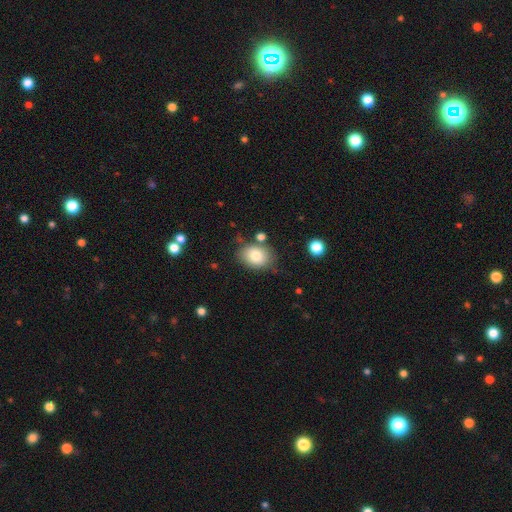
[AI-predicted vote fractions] Smooth or featured? Predicted: smooth (p=0.79). How rounded? Predicted: in between (p=0.65). Merging? Predicted: none (p=0.73).